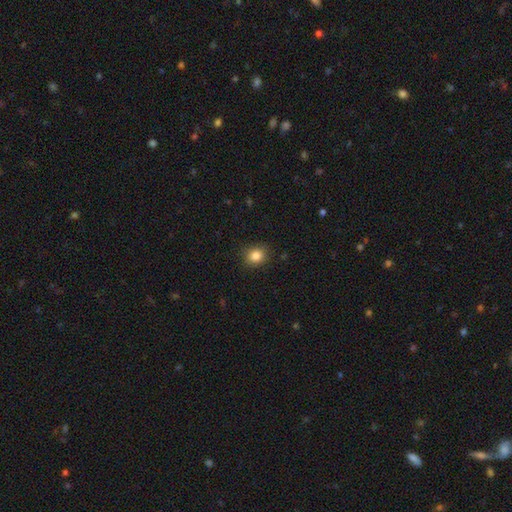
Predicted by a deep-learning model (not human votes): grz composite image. It shows a smooth galaxy with no disk features (85%) that is round (69%). Merging: none (87%).